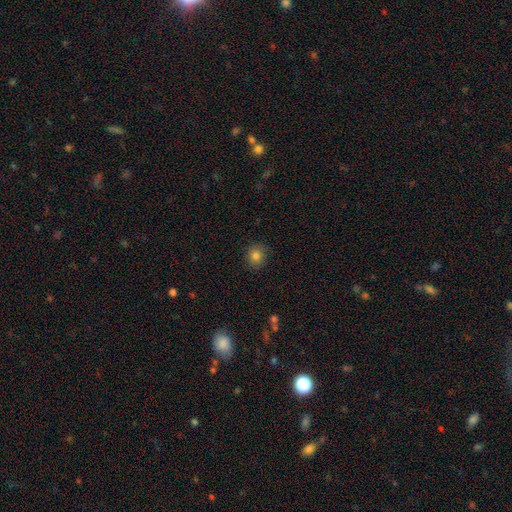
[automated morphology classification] This is clearly a smooth galaxy (81%). How rounded: likely round (78%). Merging: clearly none (87%).